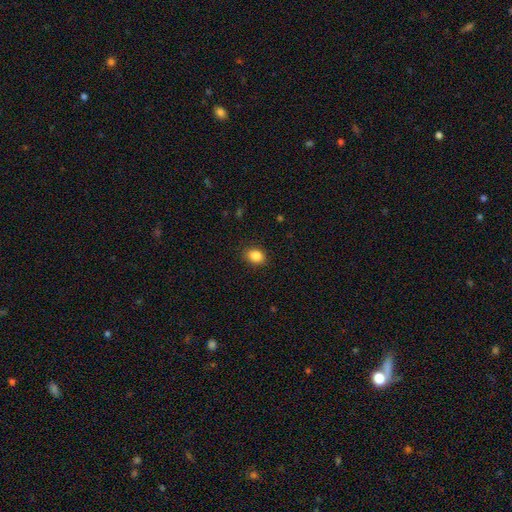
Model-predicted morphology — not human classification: Smooth or featured? smooth (87%)
How rounded? in between (66%)
Merging? none (86%)